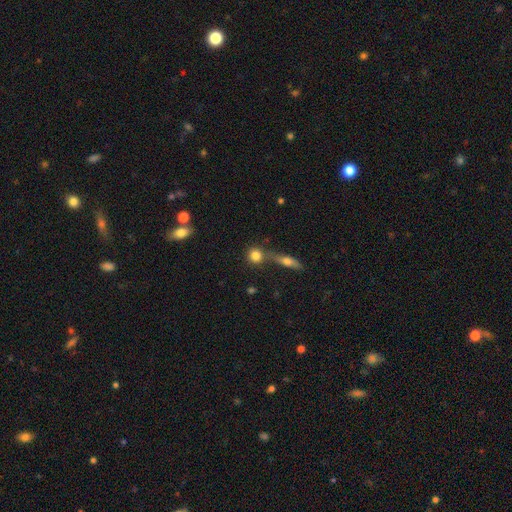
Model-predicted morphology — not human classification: A smooth galaxy with no disk features (80%) that is round (85%).

Vote fractions:
- Smooth or featured? smooth: 80% / star or artifact: 10% / featured or disk: 10%
- How rounded? round: 85% / in between: 11% / cigar-shaped: 4%
- Merging? none: 62% / merger: 24% / minor disturbance: 10% / major disturbance: 4%